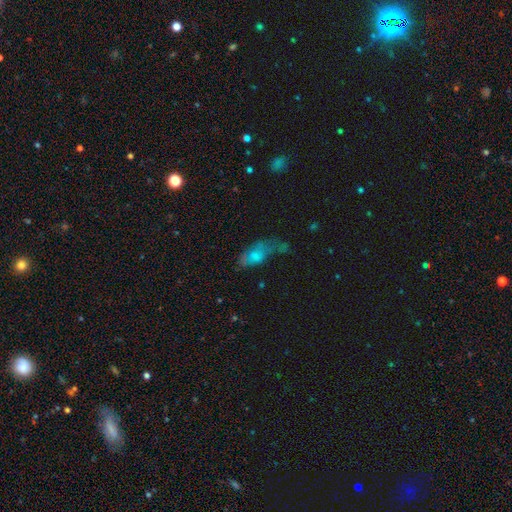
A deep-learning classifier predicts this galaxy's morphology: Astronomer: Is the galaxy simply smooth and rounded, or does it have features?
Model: smooth — 55% (runner-up: featured or disk, 33%).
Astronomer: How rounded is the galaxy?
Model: in between — 82%.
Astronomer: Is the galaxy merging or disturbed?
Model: major disturbance — 43% (runner-up: none, 23%).